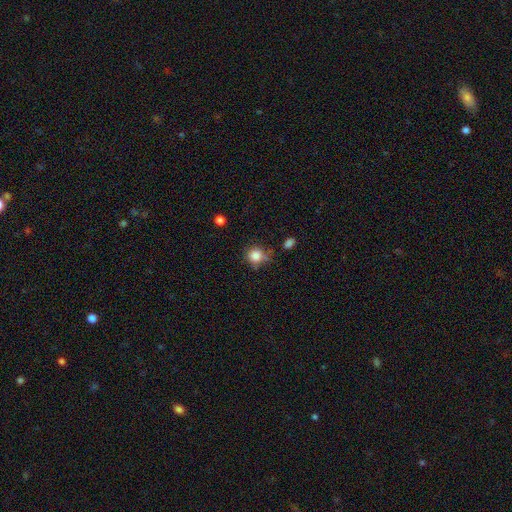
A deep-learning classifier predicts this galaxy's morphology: This appears to be a smooth galaxy with no disk features (84%) that is round (85%). Merging: none (62%).